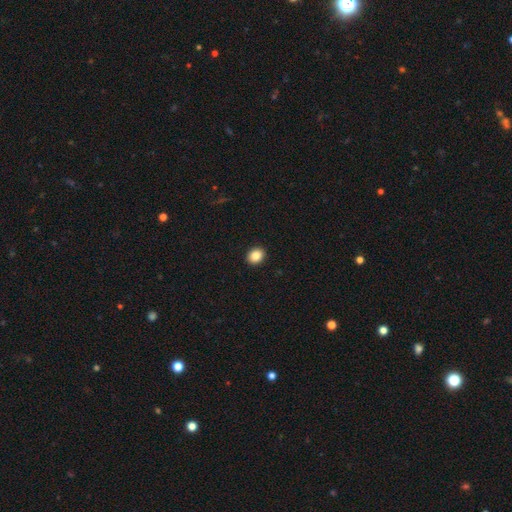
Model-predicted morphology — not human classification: Smooth or featured: smooth — 86% (star or artifact — 9%)
How rounded: round — 64% (in between — 35%)
Merging: none — 93% (minor disturbance — 5%)